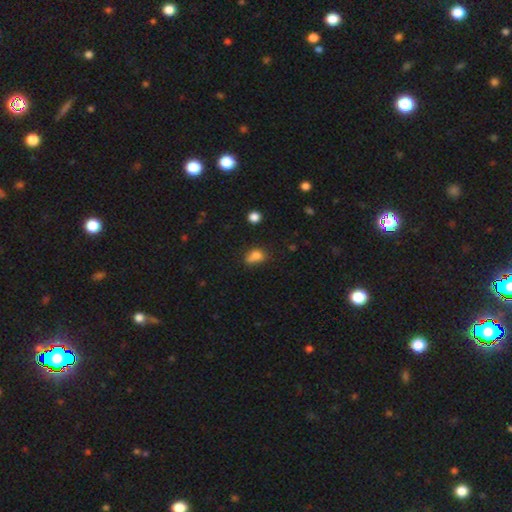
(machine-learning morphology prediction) Overall: smooth (78%). How rounded: in between (65%; round 32%). Merging: none (40%; minor disturbance 30%).